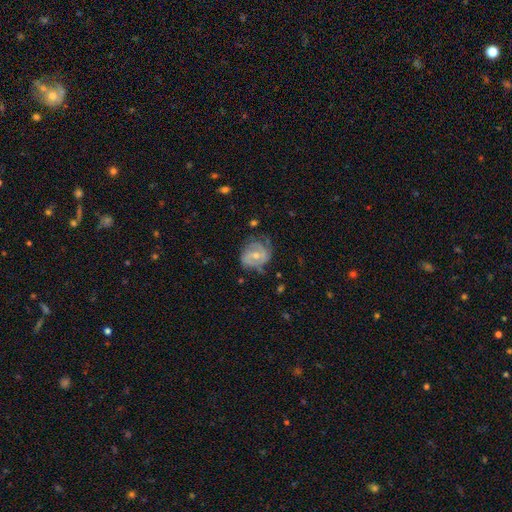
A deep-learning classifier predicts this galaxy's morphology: A featured or disk galaxy (70%) with no bar (47%), 2 (48%) tight (43%) spiral arms (85%) and a moderate central bulge (51%). Merging: none (57%).